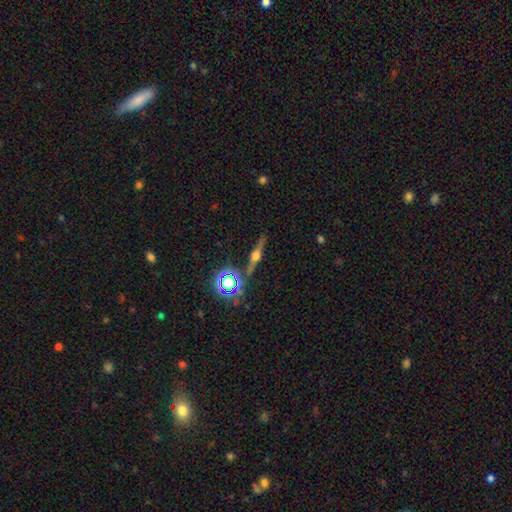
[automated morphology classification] A featured or disk galaxy (73%) viewed edge-on (96%) with a rounded central bulge (94%).

Vote fractions:
- Smooth or featured? featured or disk: 73% / smooth: 15% / star or artifact: 12%
- Edge-on disk? yes: 96% / no: 4%
- Edge-on bulge? rounded: 94% / boxy: 4% / none: 2%
- Merging? none: 87% / minor disturbance: 8% / merger: 2% / major disturbance: 2%